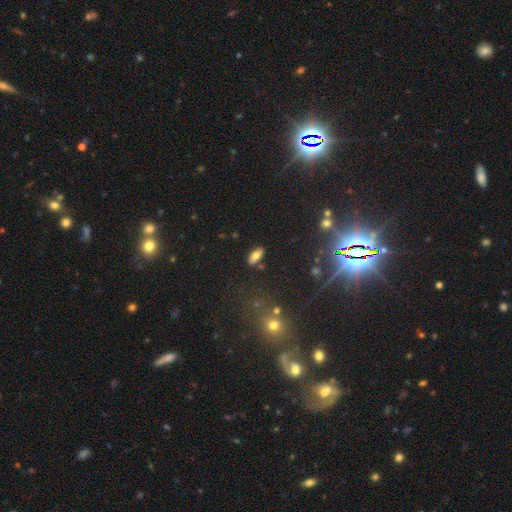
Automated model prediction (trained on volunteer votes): Smooth or featured?
  - smooth: 72% *
  - featured or disk: 16%
  - star or artifact: 12%
How rounded?
  - in between: 88% *
  - cigar-shaped: 8%
  - round: 4%
Merging?
  - none: 81% *
  - minor disturbance: 11%
  - merger: 5%
  - major disturbance: 3%